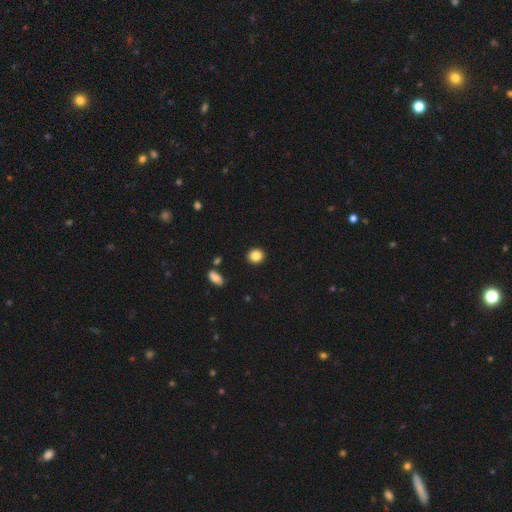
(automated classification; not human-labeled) Smooth or featured? Predicted: smooth (p=0.86). How rounded? Predicted: round (p=0.86). Merging? Predicted: none (p=0.92).